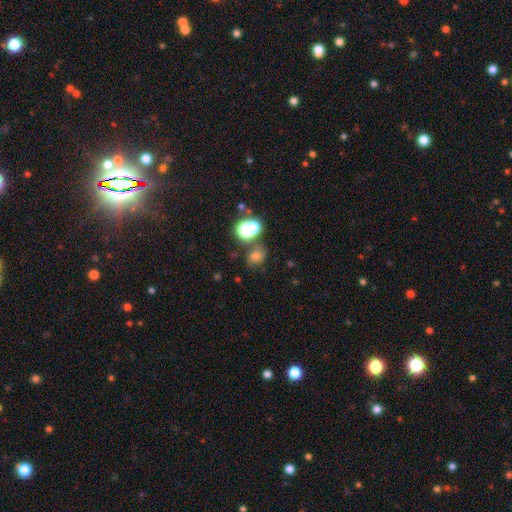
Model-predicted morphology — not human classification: A smooth galaxy with no disk features (64%) that is round (60%). Merging: none (59%).